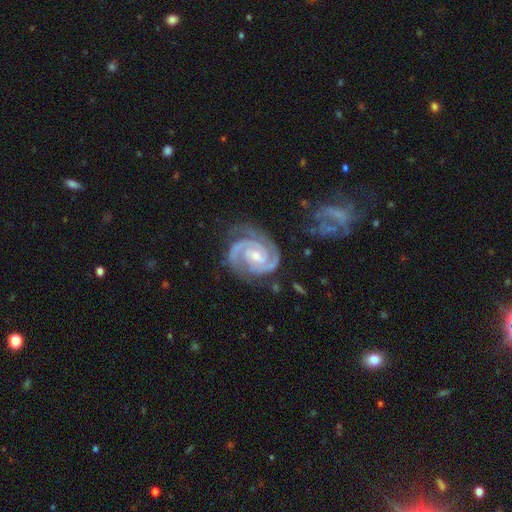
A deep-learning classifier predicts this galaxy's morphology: This is clearly a featured or disk galaxy (93%). It is clearly not viewed edge-on (98%). Bar: possibly no (54%). Spiral arm pattern: clearly yes (99%). Spiral arm count: likely 2 (76%). Spiral winding: likely tight (69%). Central bulge: possibly small (59%). Merging: likely none (70%).